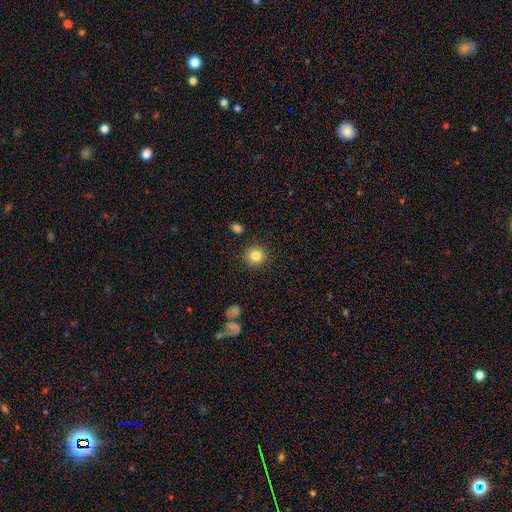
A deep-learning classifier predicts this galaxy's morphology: smooth_or_featured: smooth (p=0.83) [alt: star or artifact p=0.11]
how_rounded: round (p=0.93) [alt: in between p=0.06]
merging: none (p=0.90) [alt: minor disturbance p=0.06]